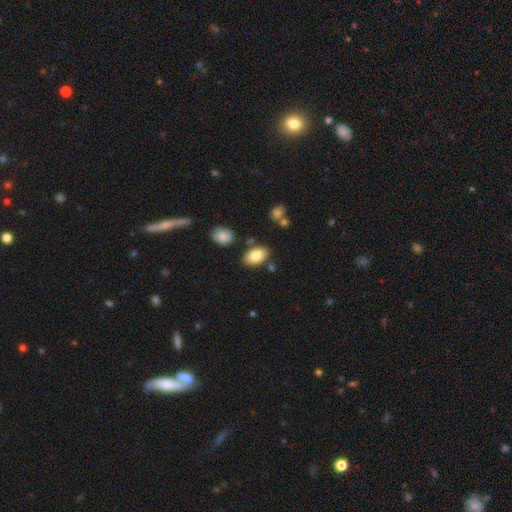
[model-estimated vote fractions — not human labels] Smooth or featured? smooth (82%)
How rounded? in between (92%)
Merging? none (80%)